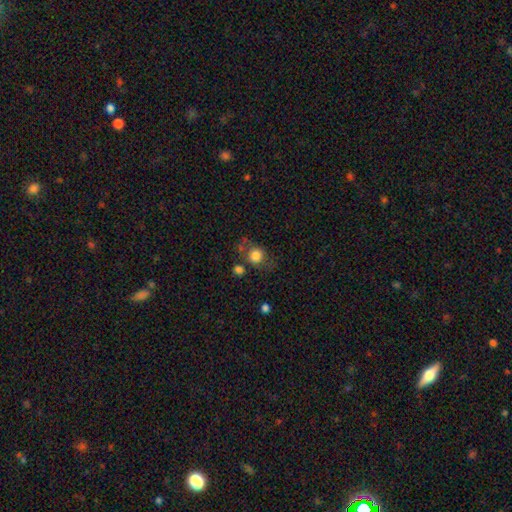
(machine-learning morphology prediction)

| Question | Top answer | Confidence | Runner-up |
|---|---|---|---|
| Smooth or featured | smooth | 76% | featured or disk (14%) |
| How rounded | round | 78% | in between (21%) |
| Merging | none | 58% | minor disturbance (19%) |